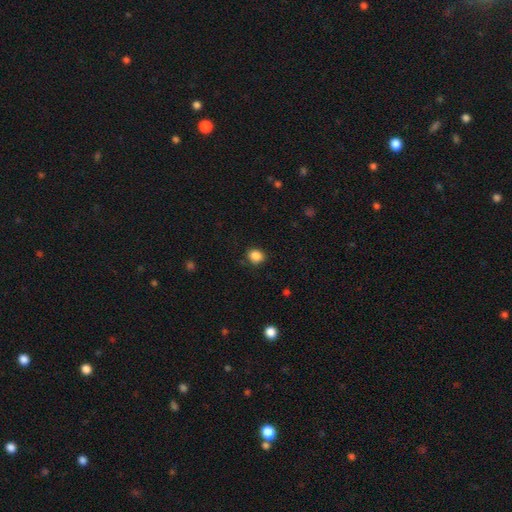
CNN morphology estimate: A smooth galaxy with no disk features (87%) that is round (66%).

Vote fractions:
- Smooth or featured? smooth: 87% / star or artifact: 10% / featured or disk: 3%
- How rounded? round: 66% / in between: 33% / cigar-shaped: 1%
- Merging? none: 84% / minor disturbance: 12% / major disturbance: 3% / merger: 1%